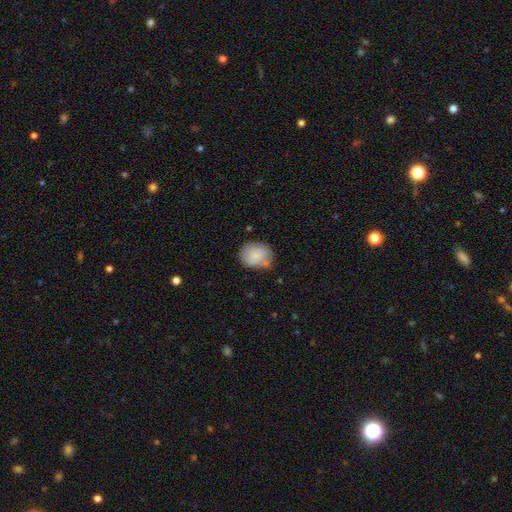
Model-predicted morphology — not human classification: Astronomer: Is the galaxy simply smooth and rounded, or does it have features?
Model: smooth — 80%.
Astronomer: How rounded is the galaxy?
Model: round — 64%.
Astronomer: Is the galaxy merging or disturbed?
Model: none — 59%.